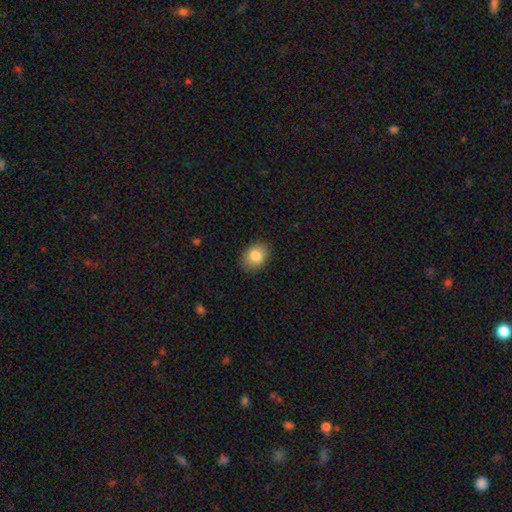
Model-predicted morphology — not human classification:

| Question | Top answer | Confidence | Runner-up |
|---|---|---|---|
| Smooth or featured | smooth | 84% | star or artifact (8%) |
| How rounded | in between | 62% | round (37%) |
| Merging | none | 87% | minor disturbance (10%) |